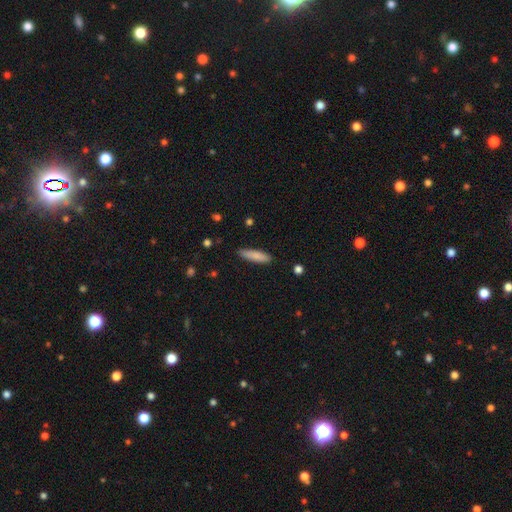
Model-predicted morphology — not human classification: Smooth or featured: smooth — 83% (featured or disk — 11%)
How rounded: cigar-shaped — 73% (in between — 26%)
Merging: none — 87% (minor disturbance — 10%)